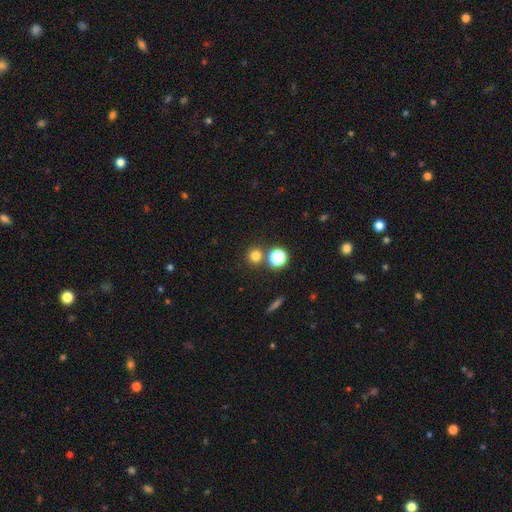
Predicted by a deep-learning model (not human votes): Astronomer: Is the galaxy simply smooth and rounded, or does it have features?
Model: smooth — 75%.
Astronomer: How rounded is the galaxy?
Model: round — 92%.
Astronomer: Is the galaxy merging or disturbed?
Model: none — 79%.